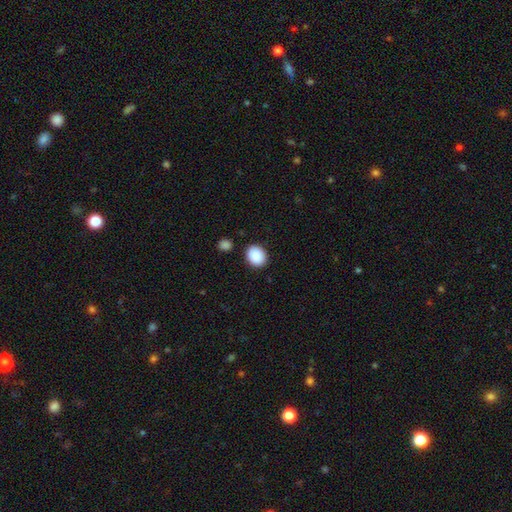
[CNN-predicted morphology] type=smooth (90%); roundness=round (51%); merging=none (87%).